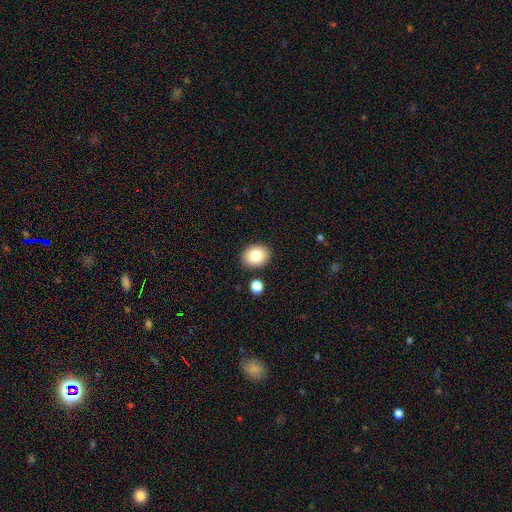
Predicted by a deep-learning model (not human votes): Smooth or featured? smooth (83%)
How rounded? in between (52%)
Merging? none (87%)